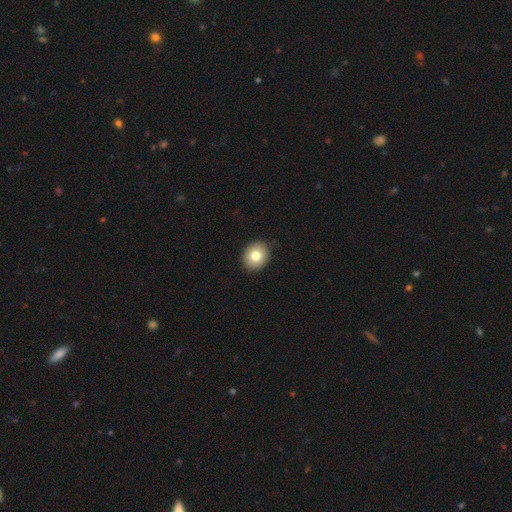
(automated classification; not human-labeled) This is likely a smooth galaxy (79%). How rounded: likely round (66%). Merging: clearly none (92%).